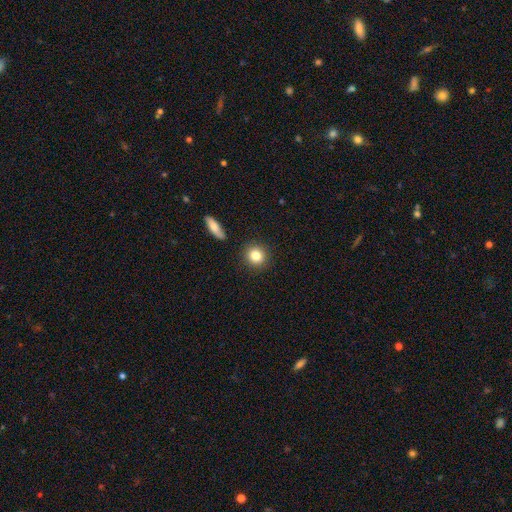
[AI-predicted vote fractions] Overall: smooth (83%). How rounded: round (88%). Merging: none (89%).